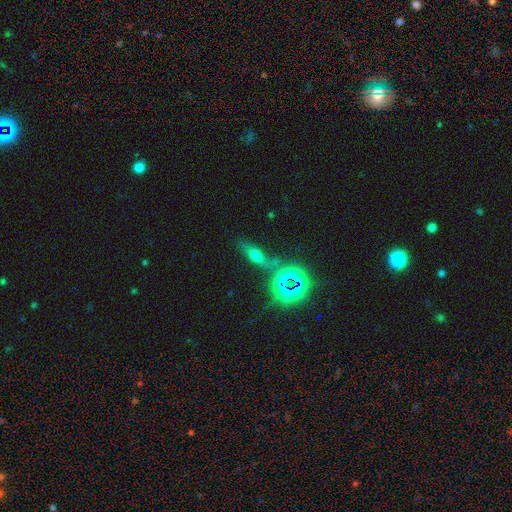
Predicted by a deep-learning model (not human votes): smooth 44%, star or artifact 30%, featured or disk 26%. Down the decision tree: merging — none (64%).